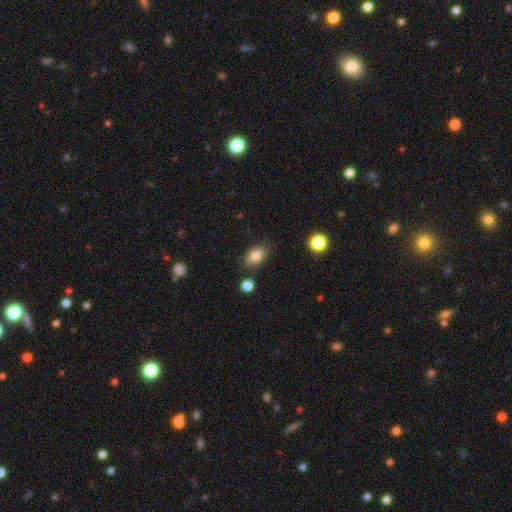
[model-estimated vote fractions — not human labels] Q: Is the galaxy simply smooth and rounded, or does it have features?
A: smooth — 83%.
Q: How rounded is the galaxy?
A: in between — 84%.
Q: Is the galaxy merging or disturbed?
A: none — 82%.